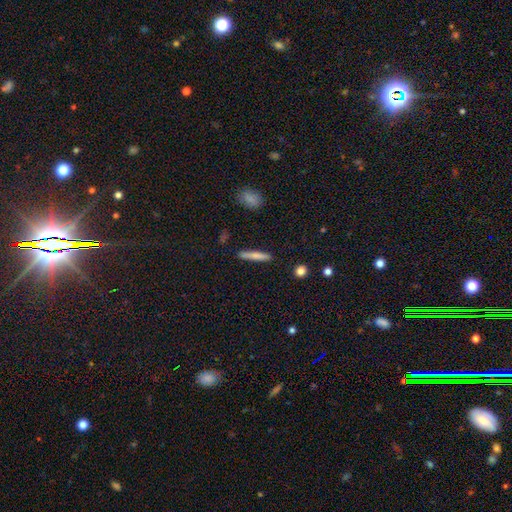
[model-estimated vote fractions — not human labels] Morphology: type=smooth (71%); roundness=cigar-shaped (92%); merging=none (89%).